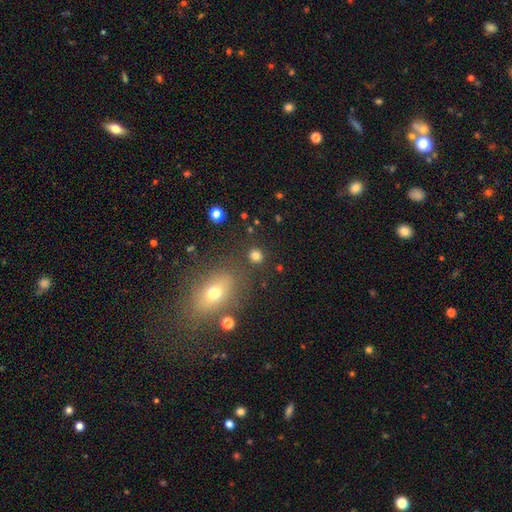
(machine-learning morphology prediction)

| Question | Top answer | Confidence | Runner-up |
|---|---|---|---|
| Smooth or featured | smooth | 79% | star or artifact (15%) |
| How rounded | round | 81% | in between (17%) |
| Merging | none | 84% | minor disturbance (8%) |